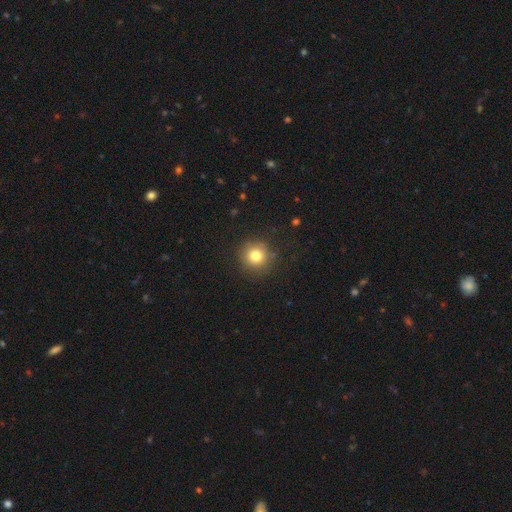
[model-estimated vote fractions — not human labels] smooth 80%, star or artifact 12%, featured or disk 8%. Down the decision tree: how rounded — round (93%); merging — none (86%).